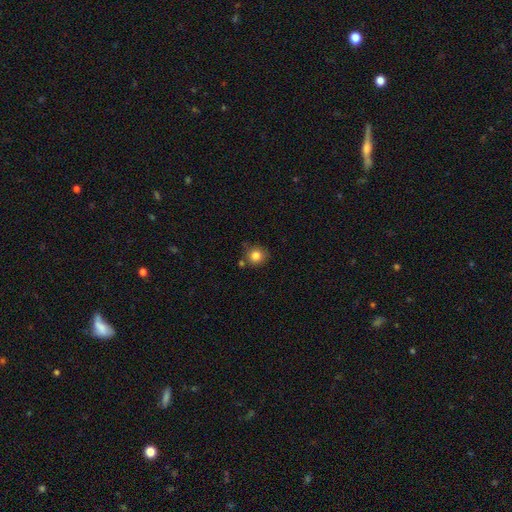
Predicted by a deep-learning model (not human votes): This appears to be a smooth galaxy with no disk features (83%) that is round (88%). Merging: none (76%).